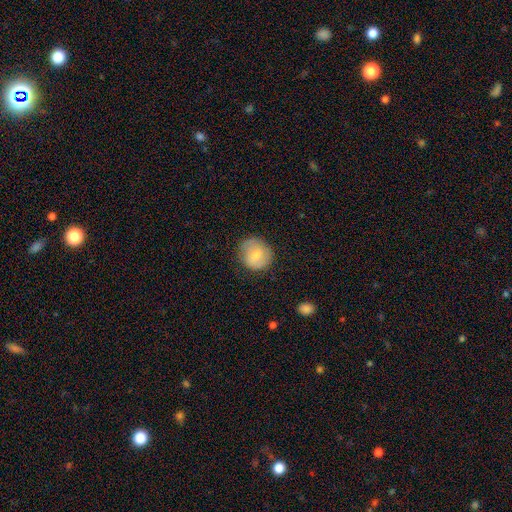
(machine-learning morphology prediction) This is likely a smooth galaxy (68%). How rounded: clearly round (85%). Merging: likely none (77%).